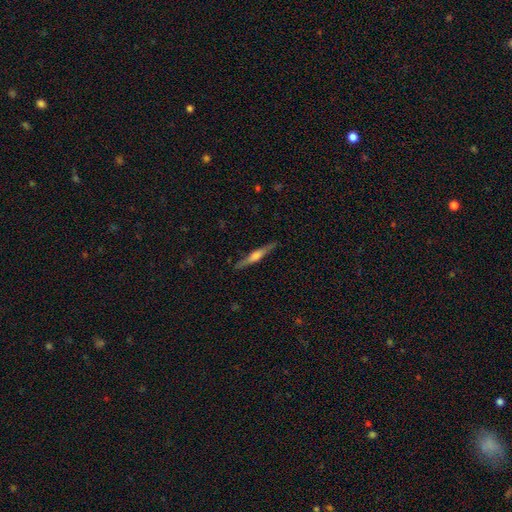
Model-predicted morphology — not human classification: Smooth or featured? featured or disk (64%)
Edge-on disk? yes (97%)
Edge-on bulge? rounded (71%)
Merging? none (88%)